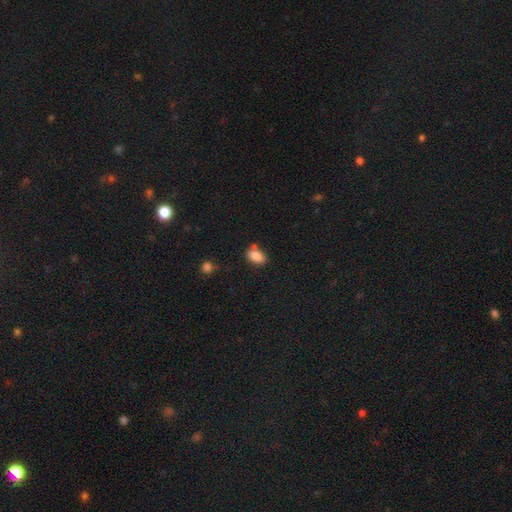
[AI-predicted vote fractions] Smooth or featured?
  - smooth: 86% *
  - star or artifact: 9%
  - featured or disk: 5%
How rounded?
  - in between: 89% *
  - round: 8%
  - cigar-shaped: 3%
Merging?
  - none: 66% *
  - minor disturbance: 18%
  - merger: 11%
  - major disturbance: 4%